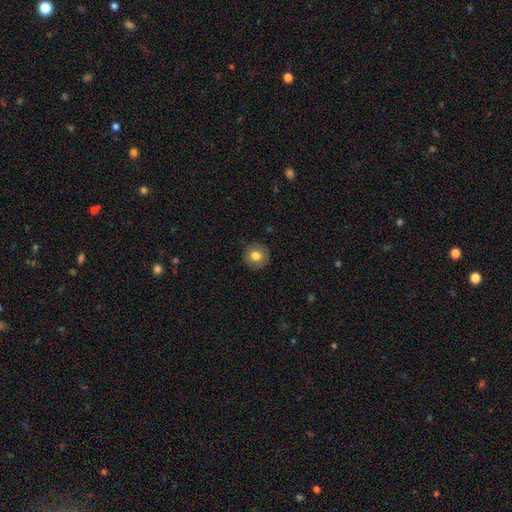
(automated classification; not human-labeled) A smooth galaxy with no disk features (79%) that is round (95%). Merging: none (91%).